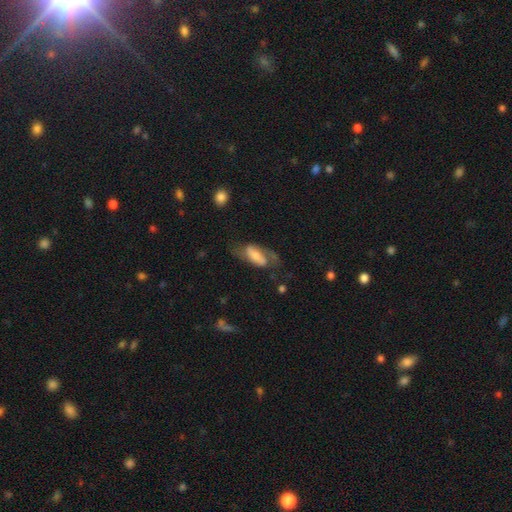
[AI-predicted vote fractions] Morphology: type=featured or disk (58%); edge-on=no (90%); bar=strong (36%); spiral arms=yes (81%); bulge=moderate (41%); merging=none (52%).